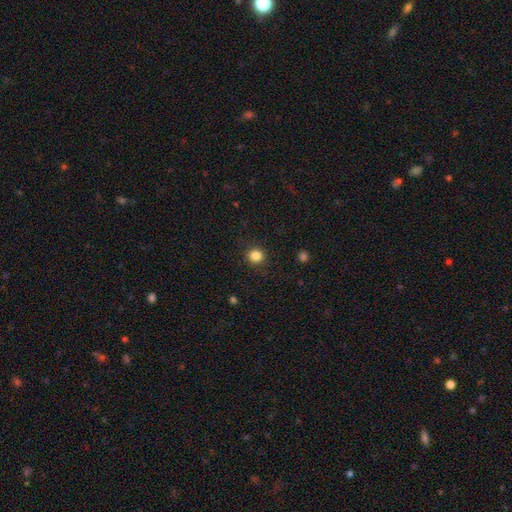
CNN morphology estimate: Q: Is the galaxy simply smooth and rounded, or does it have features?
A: smooth — 84%.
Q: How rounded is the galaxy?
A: round — 91%.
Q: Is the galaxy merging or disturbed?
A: none — 90%.